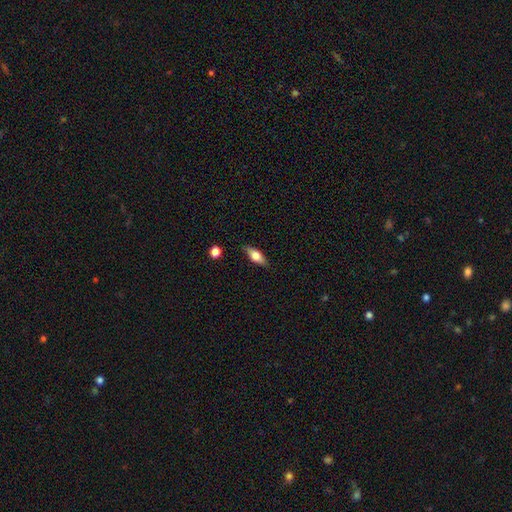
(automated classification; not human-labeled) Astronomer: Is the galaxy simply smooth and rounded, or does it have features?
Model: smooth — 57% (runner-up: featured or disk, 36%).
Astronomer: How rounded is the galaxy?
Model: in between — 69%.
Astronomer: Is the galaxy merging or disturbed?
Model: none — 83%.